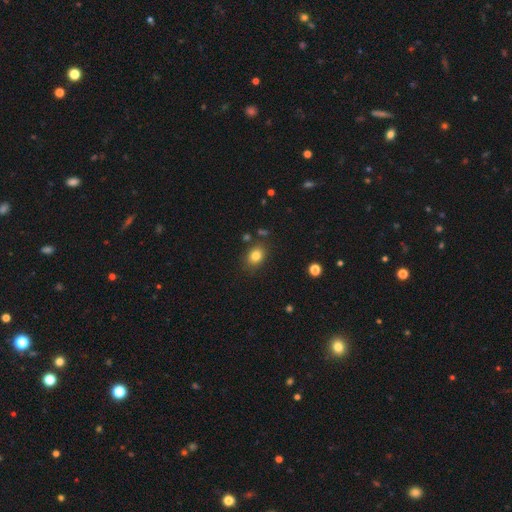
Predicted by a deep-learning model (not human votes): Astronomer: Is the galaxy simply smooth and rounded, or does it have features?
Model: smooth — 82%.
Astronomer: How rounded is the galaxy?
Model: in between — 62%.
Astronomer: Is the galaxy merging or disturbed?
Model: none — 81%.